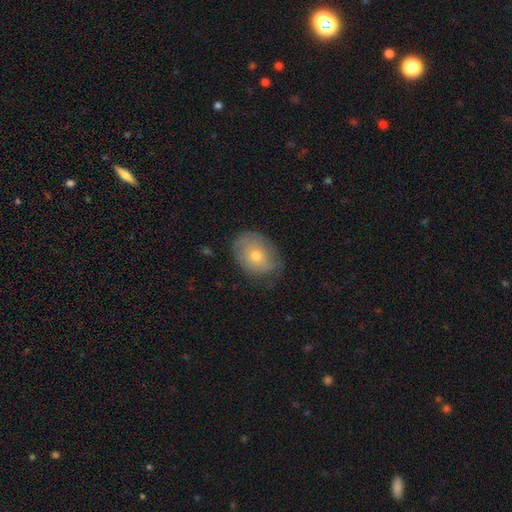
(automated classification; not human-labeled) The model was most divided on "smooth or featured": smooth: 61%, featured or disk: 32%, star or artifact: 7%. More confident: how rounded — in between (73%); merging — none (67%).